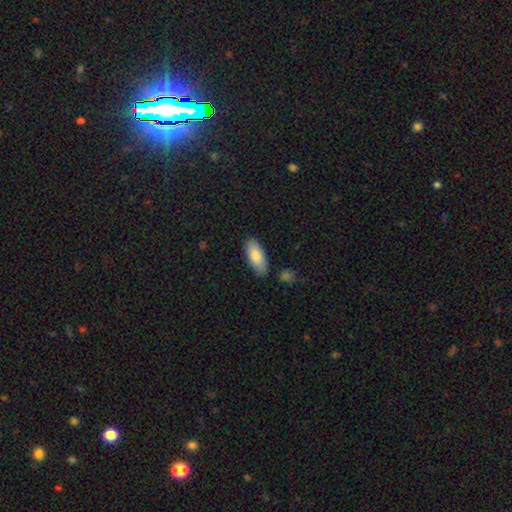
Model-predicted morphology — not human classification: This is clearly a smooth galaxy (83%). How rounded: clearly in between (83%). Merging: clearly none (81%).